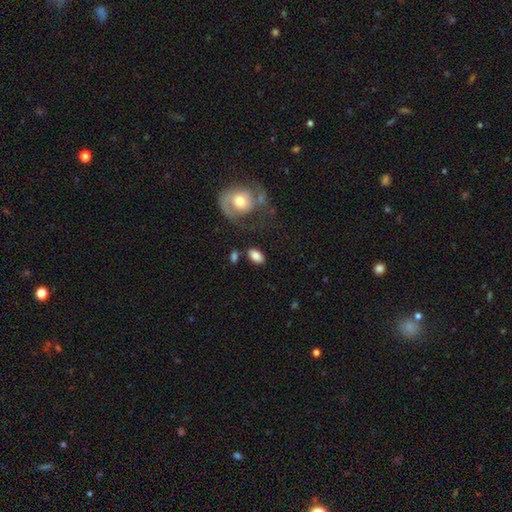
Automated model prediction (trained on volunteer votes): Q: Smooth or featured?
A: smooth (81%); runner-up: featured or disk (12%)
Q: How rounded?
A: in between (91%); runner-up: round (7%)
Q: Merging?
A: none (73%); runner-up: minor disturbance (13%)